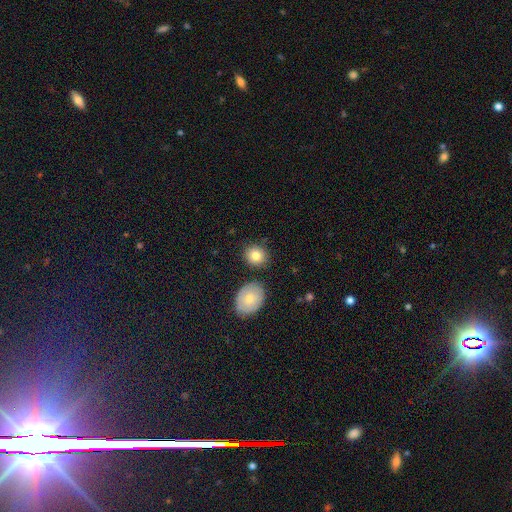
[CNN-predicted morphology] smooth_or_featured: smooth (p=0.82) [alt: featured or disk p=0.09]
how_rounded: round (p=0.76) [alt: in between p=0.23]
merging: none (p=0.80) [alt: minor disturbance p=0.10]